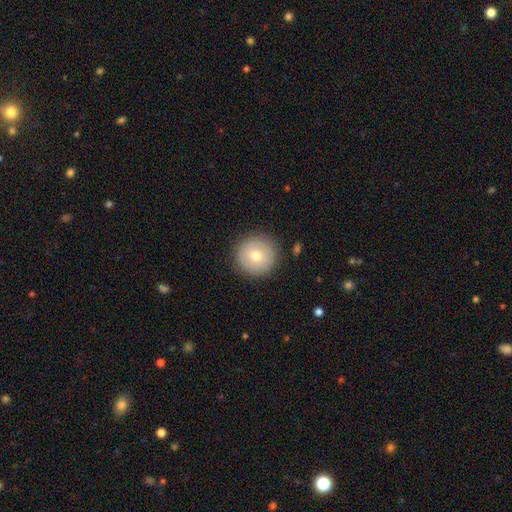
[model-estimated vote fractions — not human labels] This appears to be a smooth galaxy with no disk features (73%) that is round (96%). Merging: none (91%).